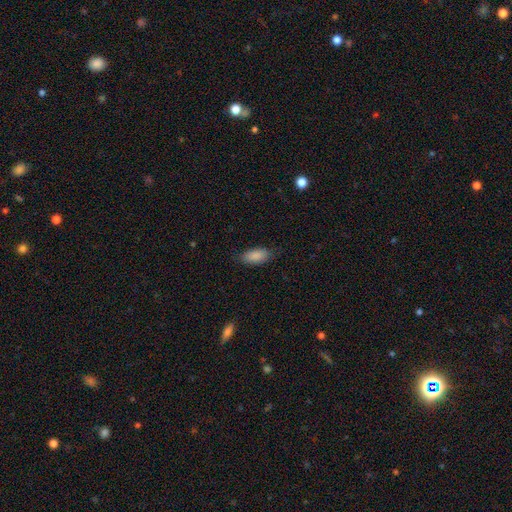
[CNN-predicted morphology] This is clearly a smooth galaxy (89%). How rounded: clearly in between (89%). Merging: clearly none (83%).